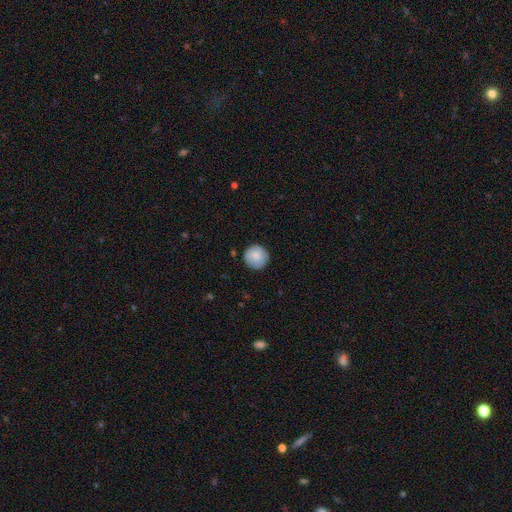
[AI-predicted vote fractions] This appears to be a smooth galaxy with no disk features (84%) that is round (95%). Merging: none (87%).